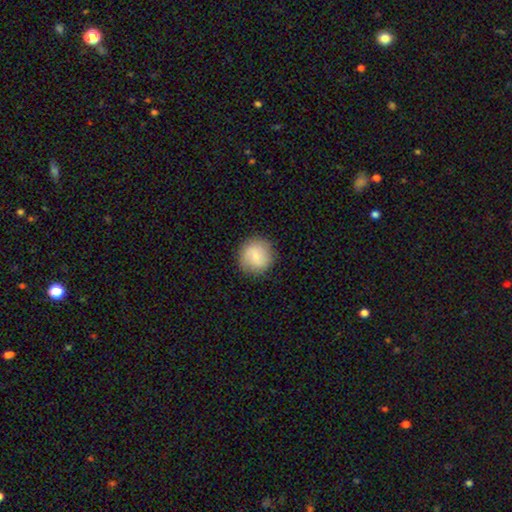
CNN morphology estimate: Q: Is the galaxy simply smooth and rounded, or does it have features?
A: smooth — 78%.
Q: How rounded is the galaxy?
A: round — 94%.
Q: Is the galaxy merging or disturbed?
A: none — 87%.